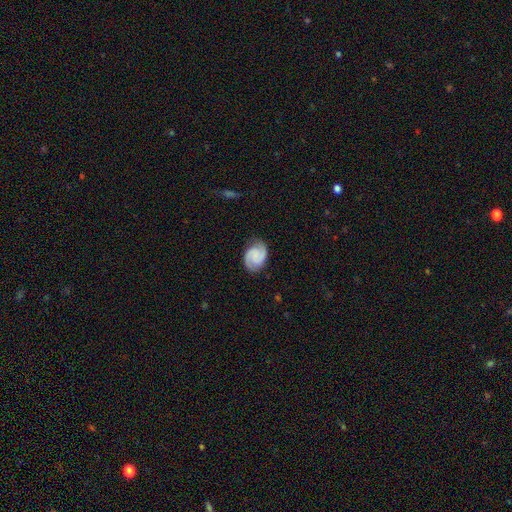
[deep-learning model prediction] Overall: featured or disk (76%). Edge-on disk: no (98%). Bar: no (54%; weak 37%). Spiral arms: yes (97%). Spiral arm count: 2 (90%). Spiral winding: medium (48%; tight 38%). Bulge size: none (55%; small 30%). Merging: none (80%).